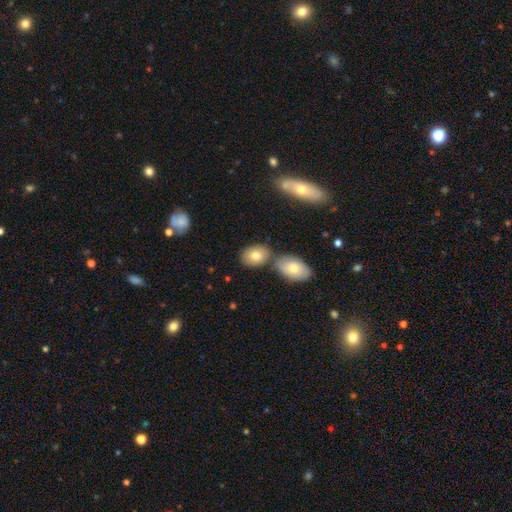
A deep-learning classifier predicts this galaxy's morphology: Smooth or featured: smooth — 76% (featured or disk — 16%)
How rounded: in between — 75% (round — 24%)
Merging: none — 63% (merger — 23%)